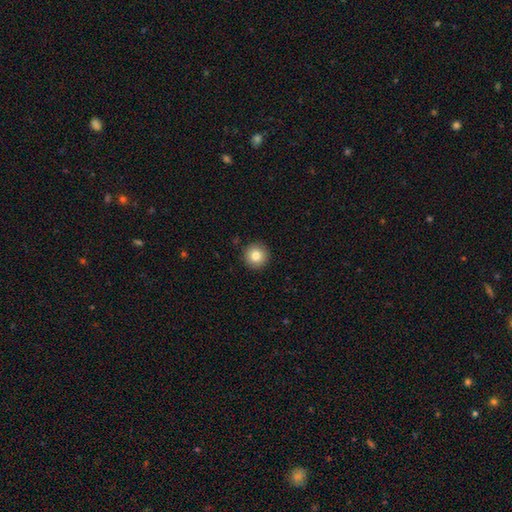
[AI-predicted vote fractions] Overall: smooth (82%). How rounded: round (96%). Merging: none (92%).